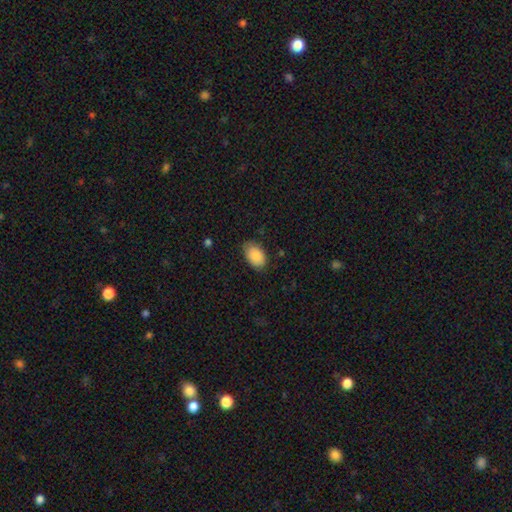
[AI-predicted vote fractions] Smooth or featured: smooth — 88% (star or artifact — 7%)
How rounded: in between — 91% (round — 8%)
Merging: none — 79% (minor disturbance — 17%)